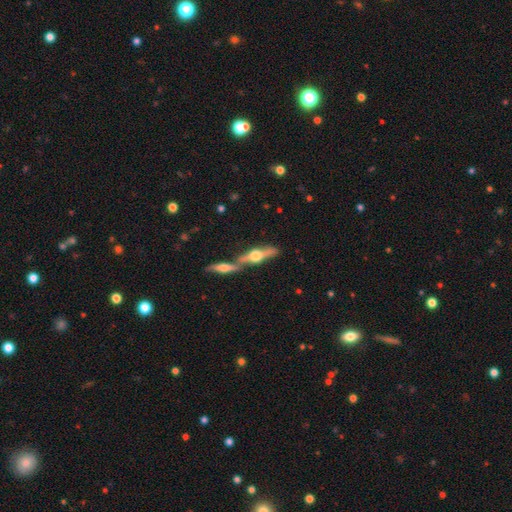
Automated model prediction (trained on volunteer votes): Smooth or featured? featured or disk (70%)
Edge-on disk? yes (93%)
Edge-on bulge? rounded (94%)
Merging? none (49%)